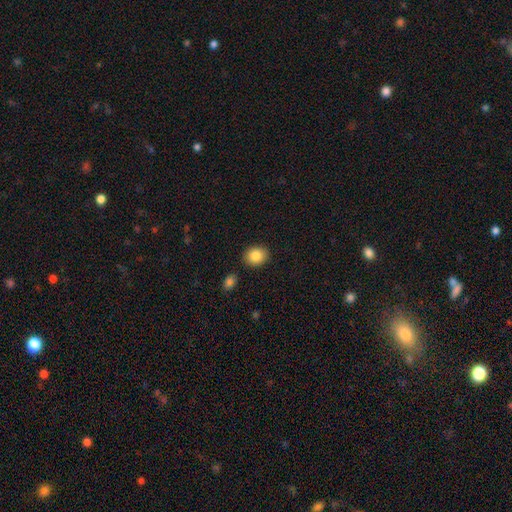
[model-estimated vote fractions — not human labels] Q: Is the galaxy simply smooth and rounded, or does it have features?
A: smooth — 86%.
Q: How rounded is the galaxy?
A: round — 60%.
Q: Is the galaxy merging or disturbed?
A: none — 87%.